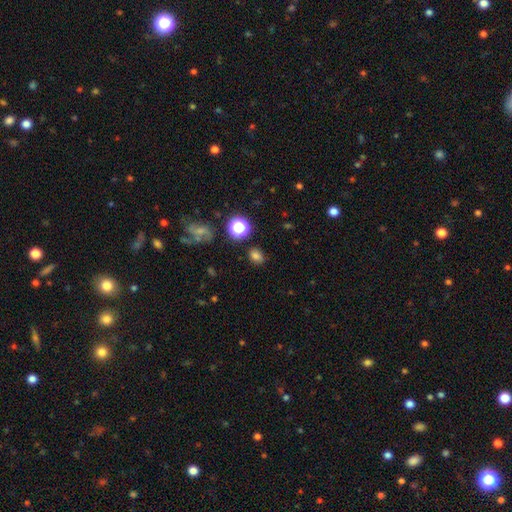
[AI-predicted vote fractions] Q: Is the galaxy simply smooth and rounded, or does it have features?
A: smooth — 73%.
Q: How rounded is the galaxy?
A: in between — 49%, tied with round.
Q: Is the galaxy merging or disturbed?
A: none — 81%.